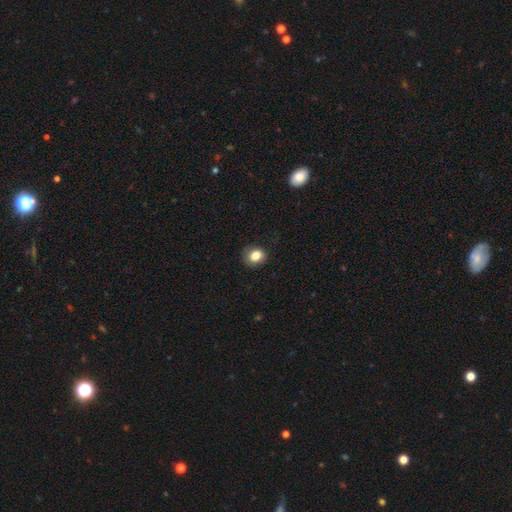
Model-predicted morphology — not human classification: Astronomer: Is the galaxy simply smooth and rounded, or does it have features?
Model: smooth — 83%.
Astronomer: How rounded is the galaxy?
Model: round — 56% (runner-up: in between, 43%).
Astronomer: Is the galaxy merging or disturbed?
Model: none — 81%.